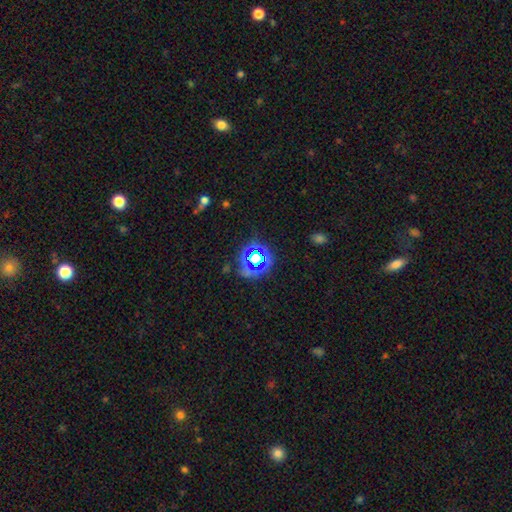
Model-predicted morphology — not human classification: star or artifact 64%, smooth 25%, featured or disk 11%.